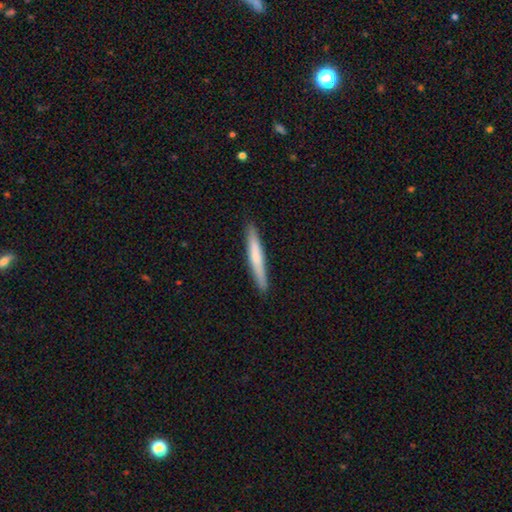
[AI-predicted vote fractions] This is likely a smooth galaxy (62%). How rounded: clearly cigar-shaped (96%). Merging: clearly none (91%).